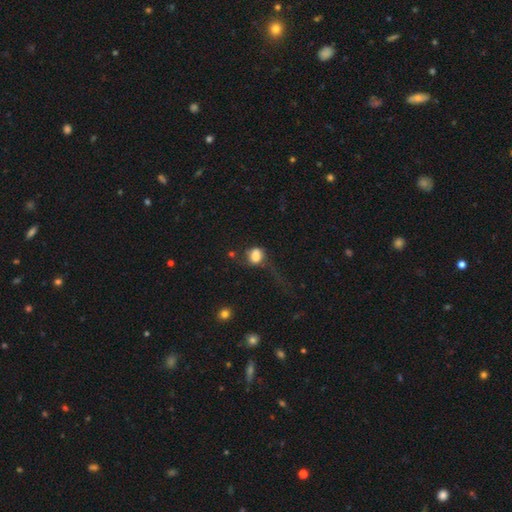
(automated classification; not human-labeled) smooth 75%, featured or disk 14%, star or artifact 11%. Down the decision tree: how rounded — in between (54%); merging — major disturbance (45%).